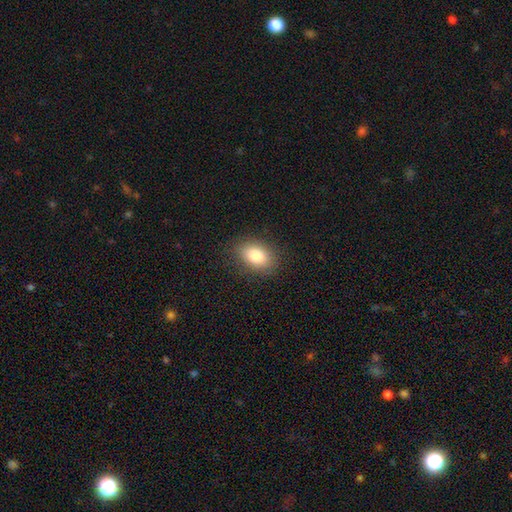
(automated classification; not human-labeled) smooth-or-featured: smooth: 83% | star or artifact: 9% | featured or disk: 8%
  how-rounded: in between: 84% | round: 15% | cigar-shaped: 1%
  merging: none: 86% | minor disturbance: 10% | major disturbance: 3% | merger: 1%